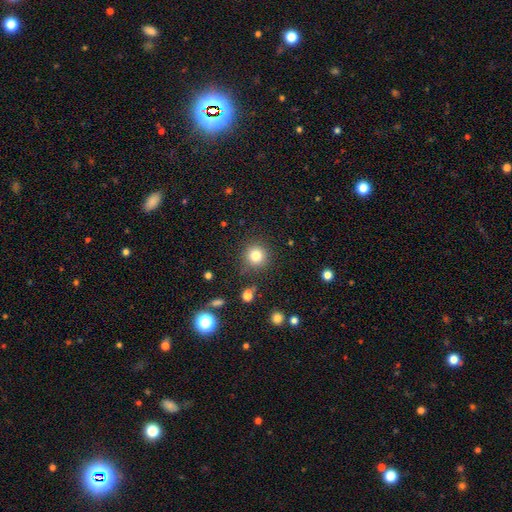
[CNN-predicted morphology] Q: Smooth or featured?
A: smooth (80%); runner-up: star or artifact (13%)
Q: How rounded?
A: round (94%); runner-up: in between (5%)
Q: Merging?
A: none (87%); runner-up: minor disturbance (8%)